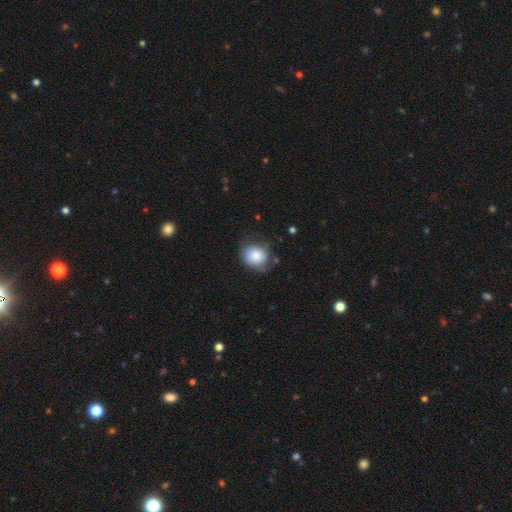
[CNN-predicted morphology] type=smooth (83%); roundness=round (71%); merging=none (62%).